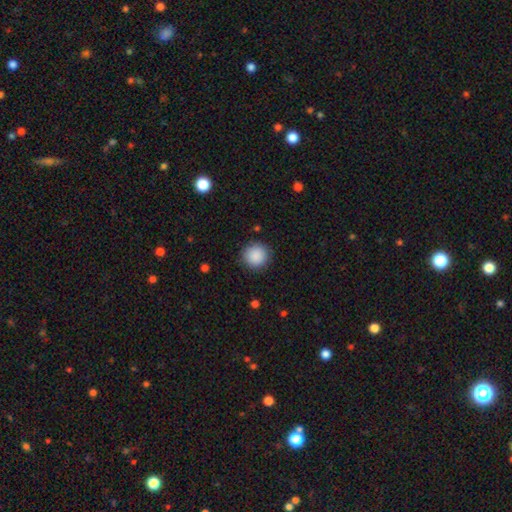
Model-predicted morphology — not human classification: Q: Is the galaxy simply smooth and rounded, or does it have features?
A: smooth — 89%.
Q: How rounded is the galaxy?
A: round — 94%.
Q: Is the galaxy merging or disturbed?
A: none — 90%.